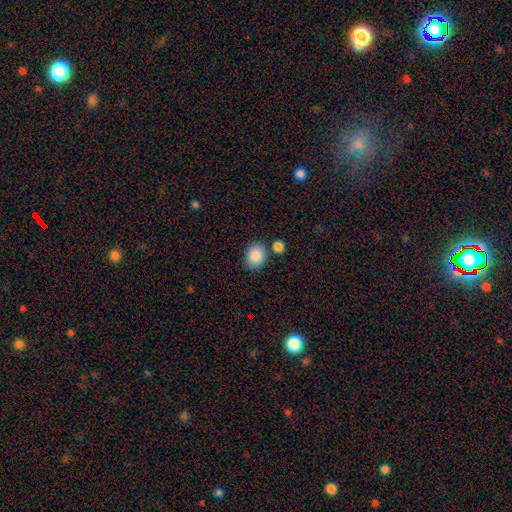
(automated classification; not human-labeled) A smooth galaxy with no disk features (87%) that is in between round and cigar-shaped (50%). Merging: none (75%).